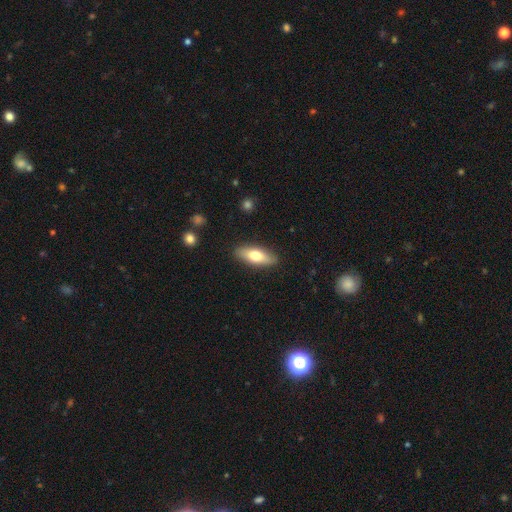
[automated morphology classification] Smooth or featured? Predicted: smooth (p=0.69). How rounded? Predicted: in between (p=0.69). Merging? Predicted: none (p=0.87).